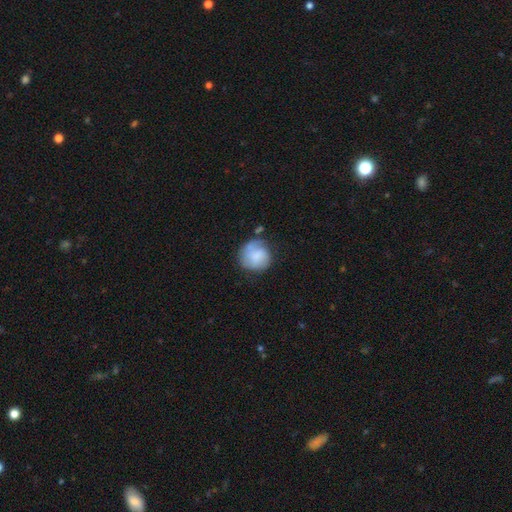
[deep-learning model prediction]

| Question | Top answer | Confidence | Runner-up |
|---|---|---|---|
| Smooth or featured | smooth | 62% | featured or disk (30%) |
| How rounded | round | 88% | in between (11%) |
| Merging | none | 58% | minor disturbance (25%) |